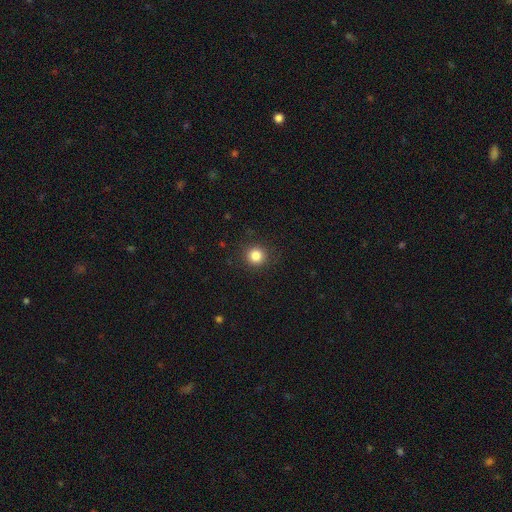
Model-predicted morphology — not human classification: This is clearly a smooth galaxy (84%). How rounded: clearly round (94%). Merging: clearly none (90%).